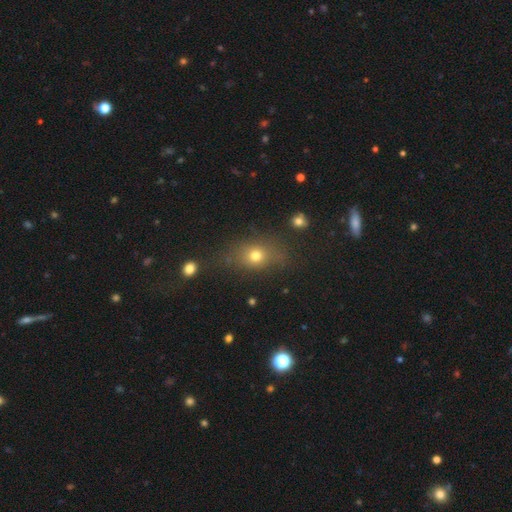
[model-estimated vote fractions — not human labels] Smooth or featured: smooth — 70% (star or artifact — 17%)
How rounded: in between — 54% (round — 43%)
Merging: none — 73% (minor disturbance — 16%)